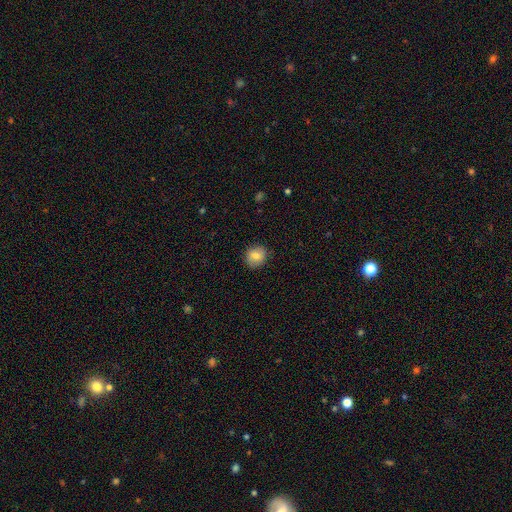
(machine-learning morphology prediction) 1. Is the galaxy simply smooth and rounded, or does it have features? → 79% smooth, 12% featured or disk, 9% star or artifact.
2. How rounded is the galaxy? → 81% round, 18% in between, 1% cigar-shaped.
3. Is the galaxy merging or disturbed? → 87% none, 10% minor disturbance, 2% major disturbance, 1% merger.